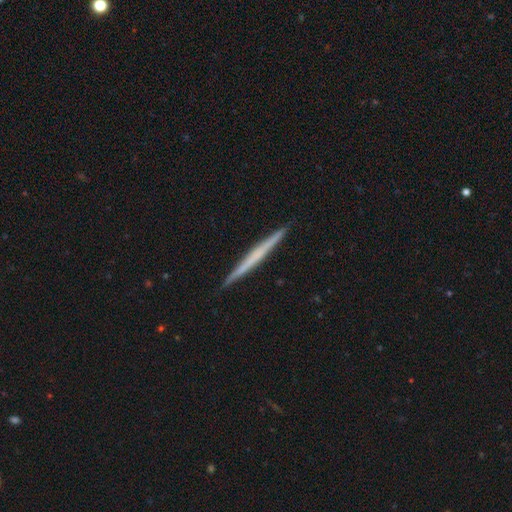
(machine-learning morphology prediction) This appears to be a featured or disk galaxy (56%) viewed edge-on (98%) with no central bulge (83%). Merging: none (93%).